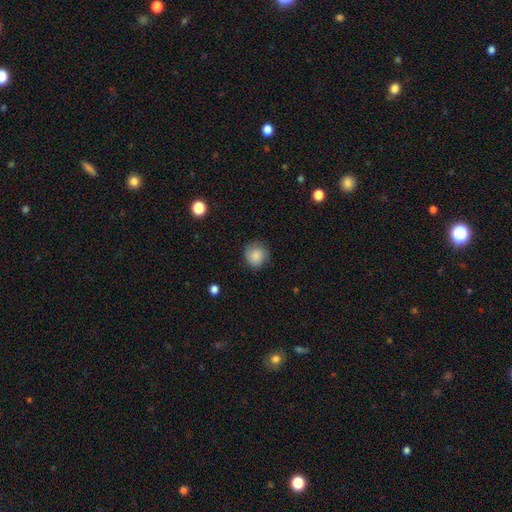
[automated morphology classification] Smooth or featured: smooth — 80% (featured or disk — 12%)
How rounded: round — 89% (in between — 10%)
Merging: none — 78% (minor disturbance — 16%)